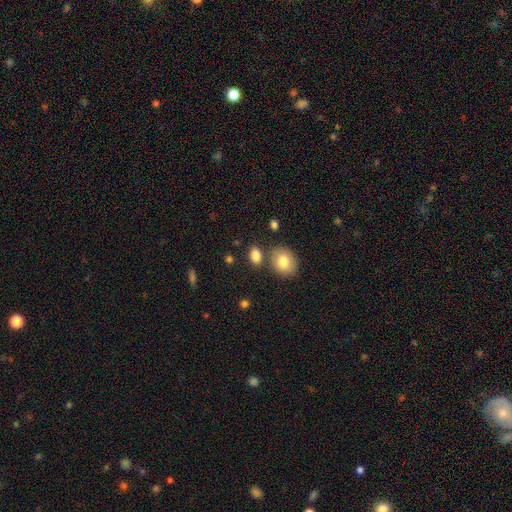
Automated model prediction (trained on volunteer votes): smooth 84%, star or artifact 9%, featured or disk 7%. Down the decision tree: how rounded — in between (76%); merging — none (70%).